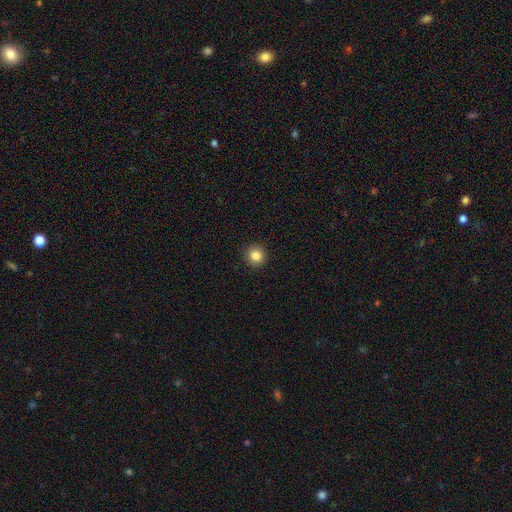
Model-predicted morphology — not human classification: Smooth or featured: smooth — 84% (star or artifact — 11%)
How rounded: round — 93% (in between — 6%)
Merging: none — 92% (minor disturbance — 5%)